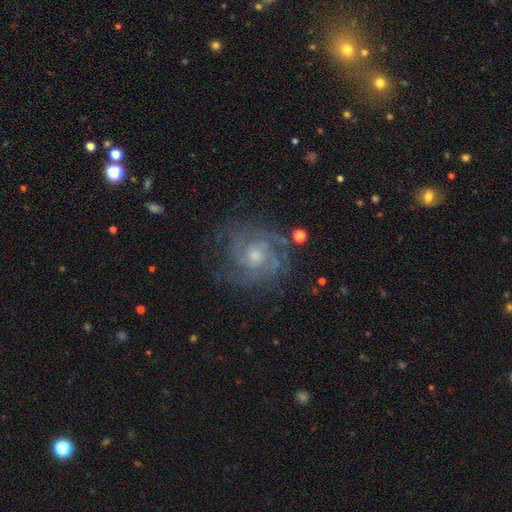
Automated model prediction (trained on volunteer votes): smooth-or-featured: featured or disk: 87% | smooth: 7% | star or artifact: 6%
  disk-edge-on: no: 98% | yes: 2%
    bar: no: 71% | weak: 24% | strong: 4%
    has-spiral-arms: yes: 96% | no: 4%
      spiral-winding: tight: 63% | medium: 31% | loose: 5%
      spiral-arm-count: 3: 28% | 2: 24% | can't tell: 23% | 4: 14% | more than 4: 6% | 1: 6%
    bulge-size: small: 53% | moderate: 41% | none: 3% | large: 2% | dominant: 1%
  merging: none: 74% | minor disturbance: 16% | major disturbance: 8% | merger: 2%